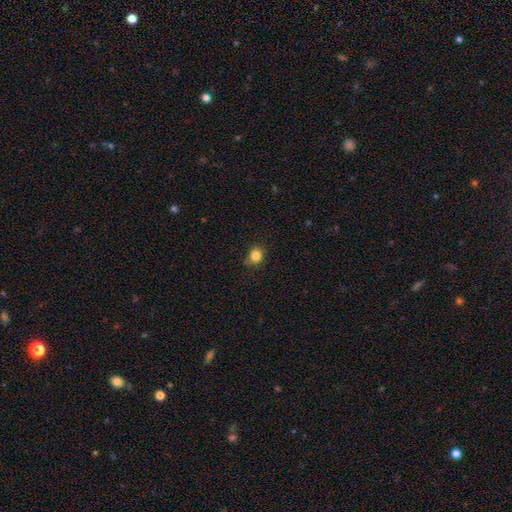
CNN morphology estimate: Smooth or featured? Predicted: smooth (p=0.83). How rounded? Predicted: round (p=0.72). Merging? Predicted: none (p=0.78).